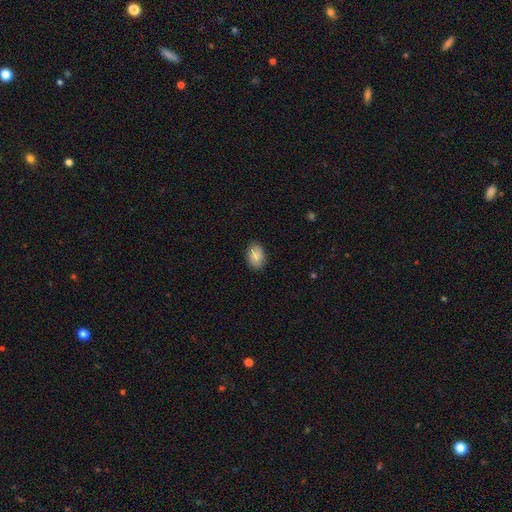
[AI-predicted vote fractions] Smooth or featured: smooth — 88% (star or artifact — 7%)
How rounded: in between — 83% (round — 15%)
Merging: none — 88% (minor disturbance — 9%)